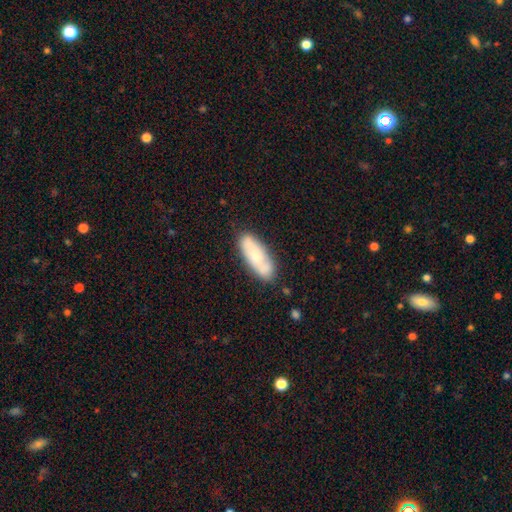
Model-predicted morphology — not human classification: The model was most divided on "smooth or featured": smooth: 62%, featured or disk: 32%, star or artifact: 6%. More confident: merging — none (78%); how rounded — in between (66%).